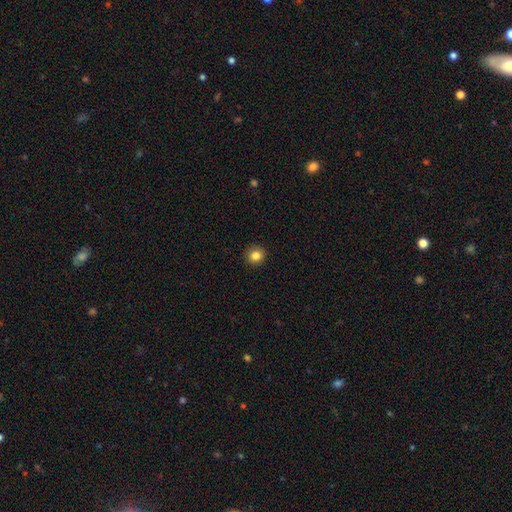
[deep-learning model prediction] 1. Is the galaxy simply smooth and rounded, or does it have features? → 84% smooth, 11% star or artifact, 5% featured or disk.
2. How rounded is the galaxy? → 91% round, 8% in between, 1% cigar-shaped.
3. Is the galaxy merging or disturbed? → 92% none, 5% minor disturbance, 2% major disturbance, 1% merger.